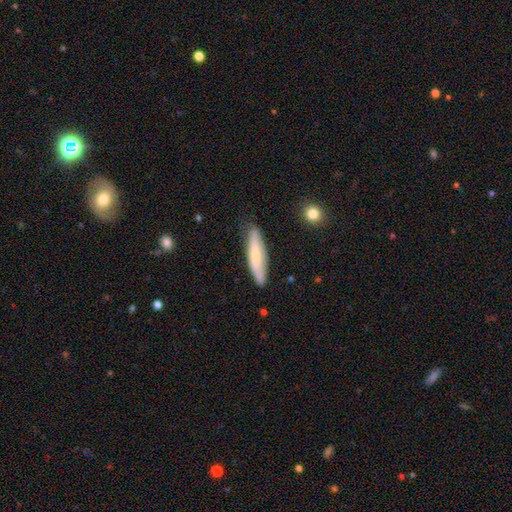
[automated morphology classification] Smooth or featured: smooth — 56% (featured or disk — 38%)
How rounded: cigar-shaped — 78% (in between — 20%)
Merging: none — 81% (minor disturbance — 15%)